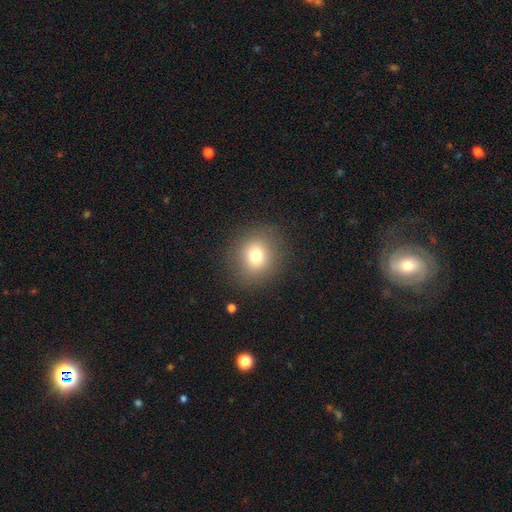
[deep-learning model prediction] Overall: smooth (76%). How rounded: round (81%). Merging: none (87%).